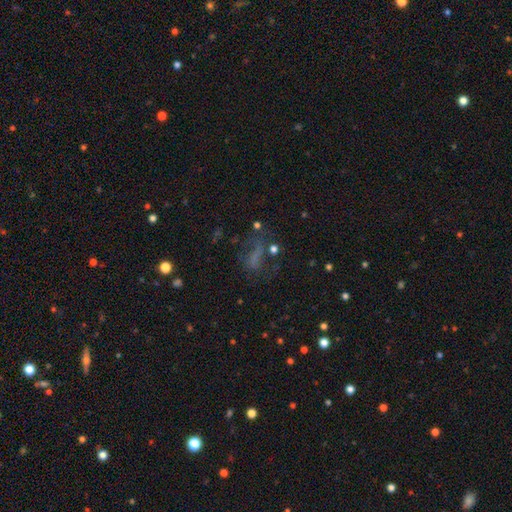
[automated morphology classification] smooth-or-featured: smooth: 39% | star or artifact: 34% | featured or disk: 27%
  merging: none: 43% | major disturbance: 31% | minor disturbance: 19% | merger: 6%